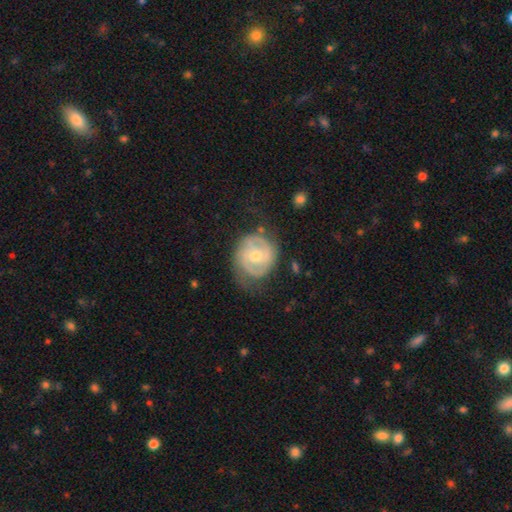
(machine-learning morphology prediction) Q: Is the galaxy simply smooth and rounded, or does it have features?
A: featured or disk — 78%.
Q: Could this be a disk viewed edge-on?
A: no — 98%.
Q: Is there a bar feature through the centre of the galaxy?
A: no — 53%.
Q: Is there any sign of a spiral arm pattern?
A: yes — 89%.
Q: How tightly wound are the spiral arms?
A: tight — 57%.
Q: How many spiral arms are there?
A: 2 — 65%.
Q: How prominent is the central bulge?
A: moderate — 60%.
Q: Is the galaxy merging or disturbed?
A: none — 64%.